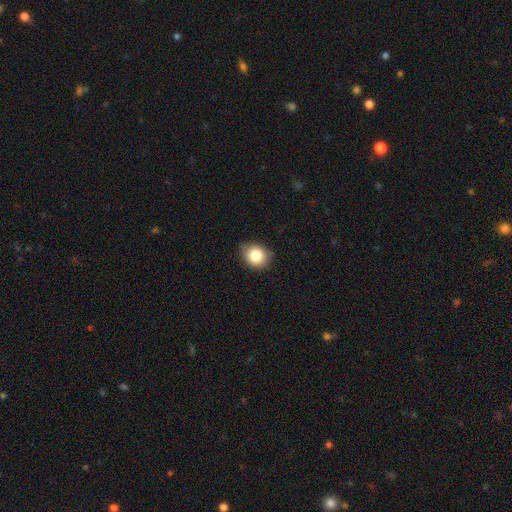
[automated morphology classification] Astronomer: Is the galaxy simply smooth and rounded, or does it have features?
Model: smooth — 83%.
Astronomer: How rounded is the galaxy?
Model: round — 65%.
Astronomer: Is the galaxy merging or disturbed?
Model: none — 80%.